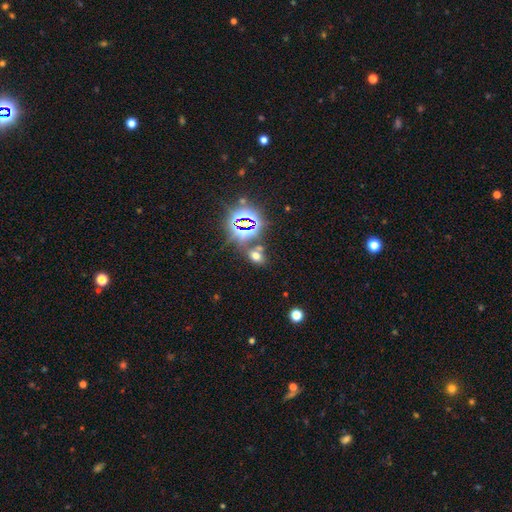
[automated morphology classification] A smooth galaxy with no disk features (52%) that is in between round and cigar-shaped (75%). Merging: none (68%).